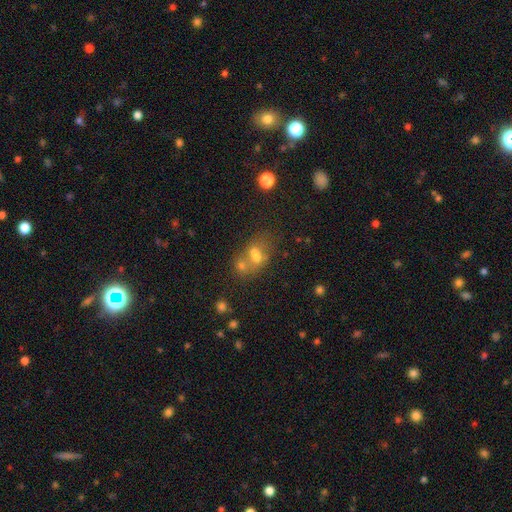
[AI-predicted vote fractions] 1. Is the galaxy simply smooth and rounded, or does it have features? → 55% smooth, 26% featured or disk, 19% star or artifact.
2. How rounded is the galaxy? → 59% in between, 38% round, 3% cigar-shaped.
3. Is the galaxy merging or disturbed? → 54% merger, 30% none, 9% minor disturbance, 6% major disturbance.